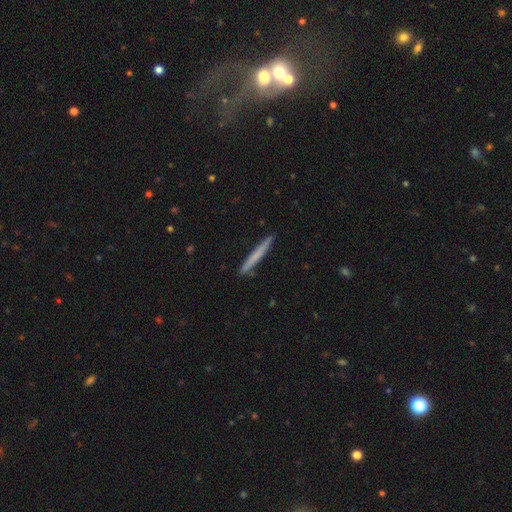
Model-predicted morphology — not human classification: This is likely a smooth galaxy (63%). How rounded: clearly cigar-shaped (97%). Merging: clearly none (91%).